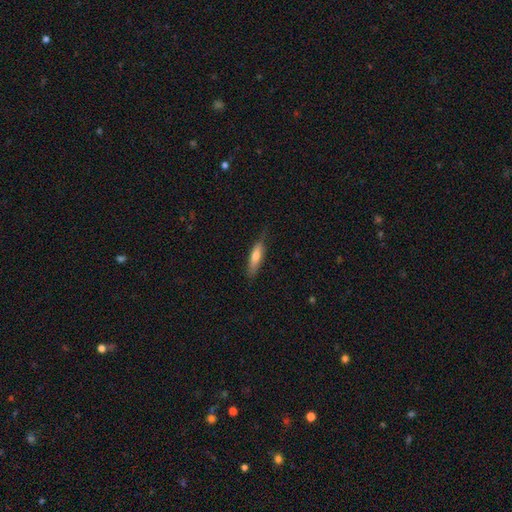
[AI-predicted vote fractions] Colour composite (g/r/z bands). It shows a smooth galaxy with no disk features (69%) that is cigar-shaped (68%). Merging: none (75%).